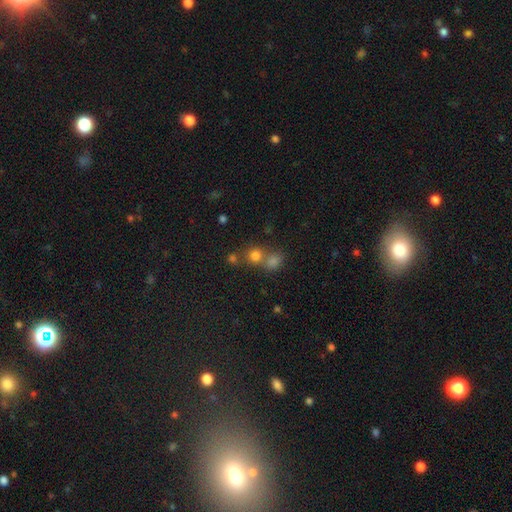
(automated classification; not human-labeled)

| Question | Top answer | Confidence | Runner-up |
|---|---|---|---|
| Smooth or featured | smooth | 74% | star or artifact (18%) |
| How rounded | round | 83% | in between (16%) |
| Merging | none | 50% | merger (40%) |